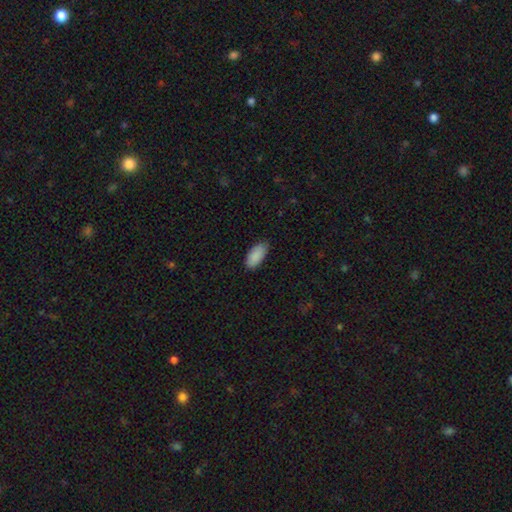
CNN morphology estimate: Q: Smooth or featured?
A: smooth (90%); runner-up: star or artifact (6%)
Q: How rounded?
A: in between (93%); runner-up: cigar-shaped (6%)
Q: Merging?
A: none (80%); runner-up: minor disturbance (16%)